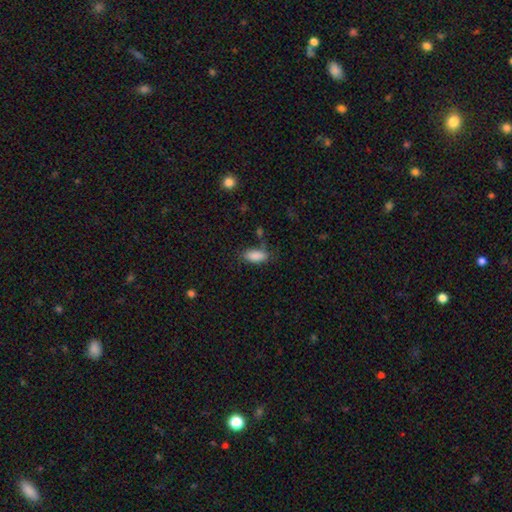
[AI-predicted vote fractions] A smooth galaxy with no disk features (88%) that is in between round and cigar-shaped (86%). Merging: none (74%).